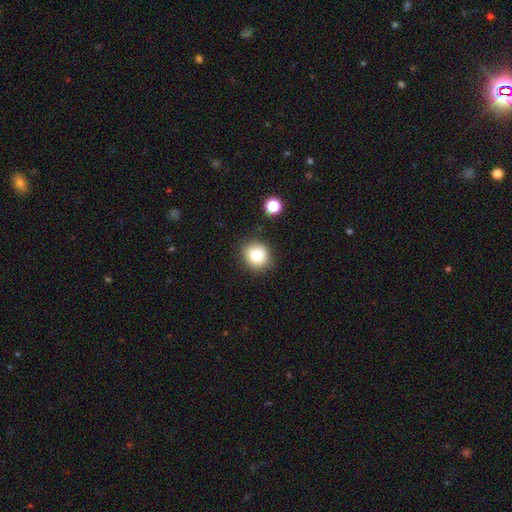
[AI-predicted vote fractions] A smooth galaxy with no disk features (81%) that is round (76%). Merging: none (82%).